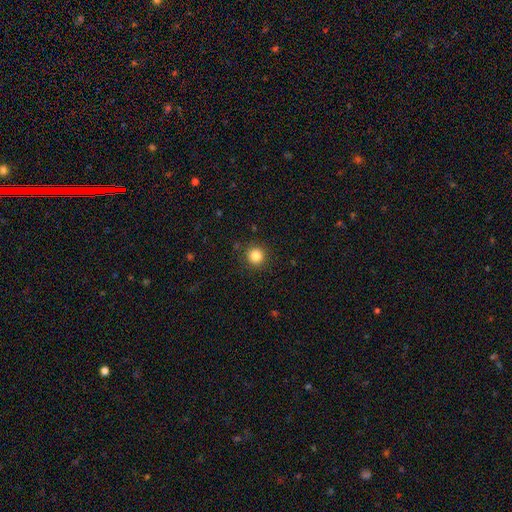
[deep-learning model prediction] Q: Smooth or featured?
A: smooth (84%); runner-up: star or artifact (11%)
Q: How rounded?
A: round (93%); runner-up: in between (6%)
Q: Merging?
A: none (90%); runner-up: minor disturbance (7%)